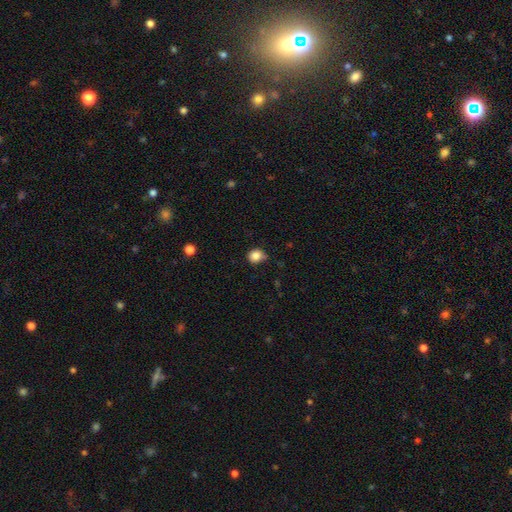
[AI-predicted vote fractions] Smooth or featured: smooth — 84% (star or artifact — 10%)
How rounded: round — 74% (in between — 25%)
Merging: none — 63% (minor disturbance — 29%)